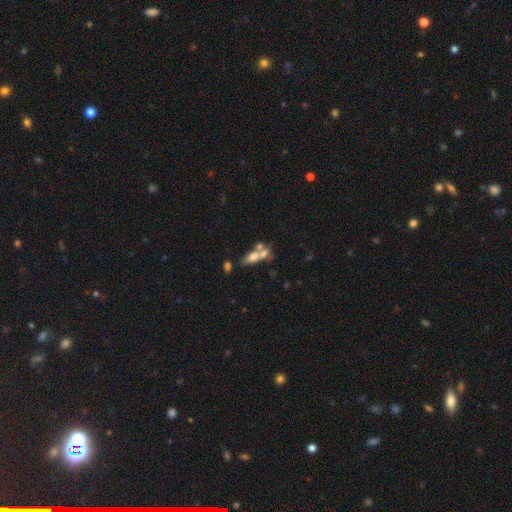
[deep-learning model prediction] This appears to be a smooth galaxy with no disk features (51%) that is in between round and cigar-shaped (65%). Merging: merger (50%).